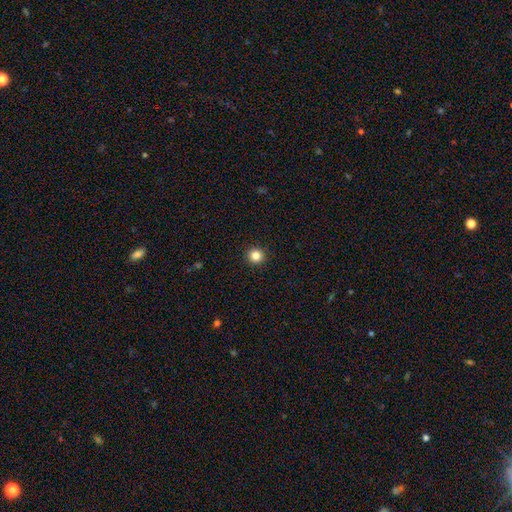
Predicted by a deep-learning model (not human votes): smooth-or-featured: smooth: 83% | star or artifact: 12% | featured or disk: 5%
  how-rounded: round: 95% | in between: 4% | cigar-shaped: 1%
  merging: none: 93% | minor disturbance: 4% | major disturbance: 1% | merger: 1%